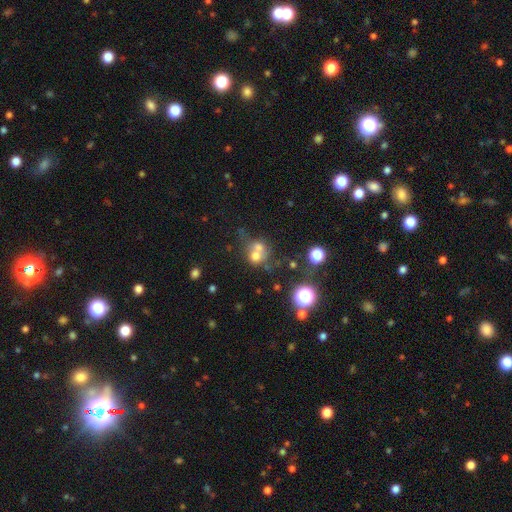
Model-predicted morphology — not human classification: Smooth or featured? smooth (62%)
How rounded? round (75%)
Merging? merger (57%)